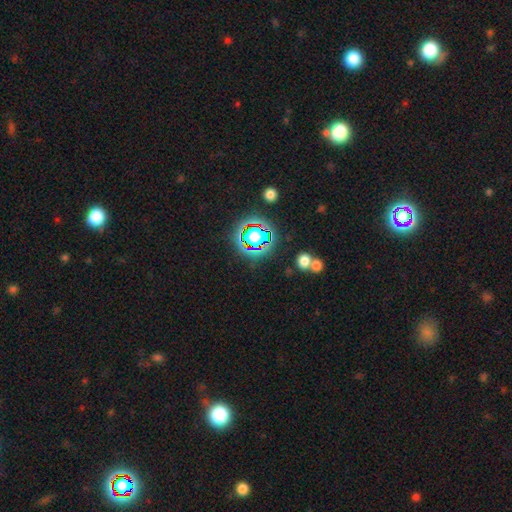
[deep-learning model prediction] Q: Smooth or featured?
A: star or artifact (77%); runner-up: smooth (14%)